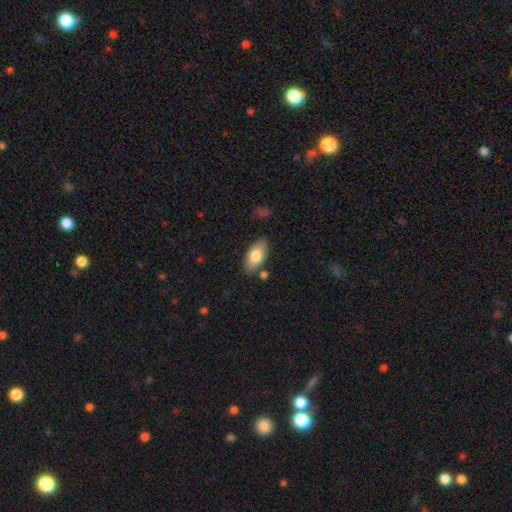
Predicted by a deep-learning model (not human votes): This is likely a smooth galaxy (78%). How rounded: clearly in between (93%). Merging: clearly none (82%).